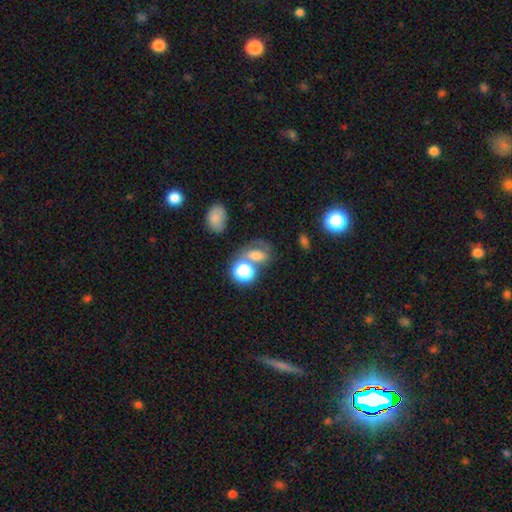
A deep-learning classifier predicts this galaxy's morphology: This appears to be a smooth galaxy with no disk features (59%) that is in between round and cigar-shaped (57%). Merging: none (42%).